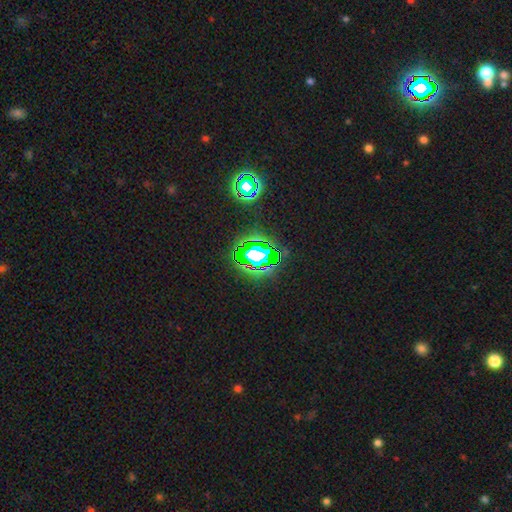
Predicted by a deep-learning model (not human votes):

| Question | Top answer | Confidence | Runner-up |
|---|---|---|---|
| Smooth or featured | star or artifact | 67% | smooth (19%) |